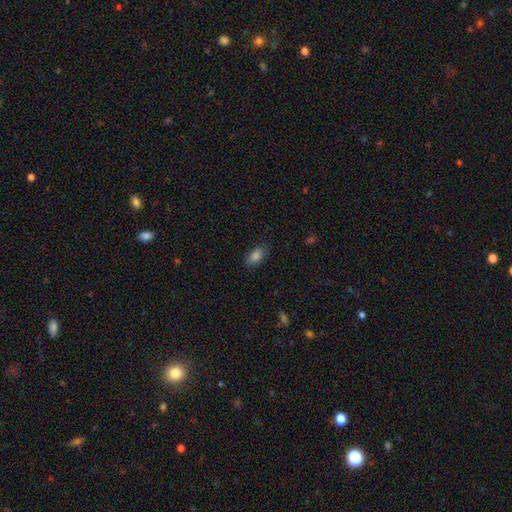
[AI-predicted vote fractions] This appears to be a smooth galaxy with no disk features (83%) that is in between round and cigar-shaped (89%). Merging: none (83%).